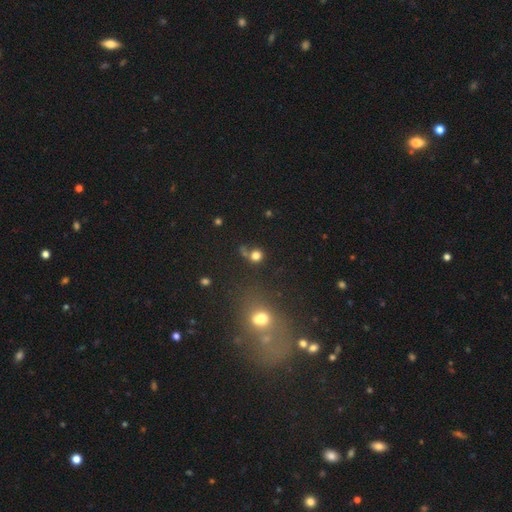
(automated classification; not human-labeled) Overall: smooth (74%). How rounded: round (84%). Merging: none (59%; merger 22%).